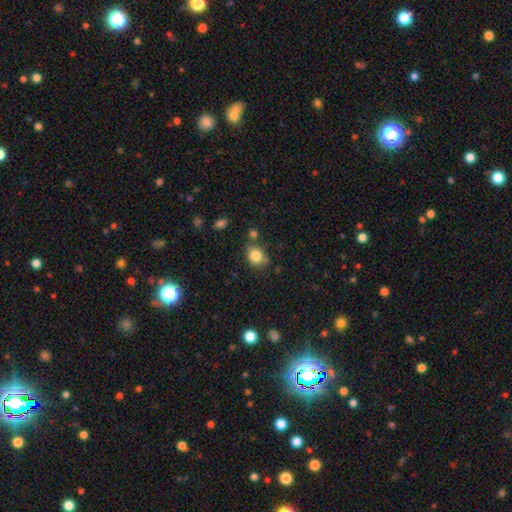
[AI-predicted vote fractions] This appears to be a smooth galaxy with no disk features (83%) that is round (63%). Merging: none (65%).